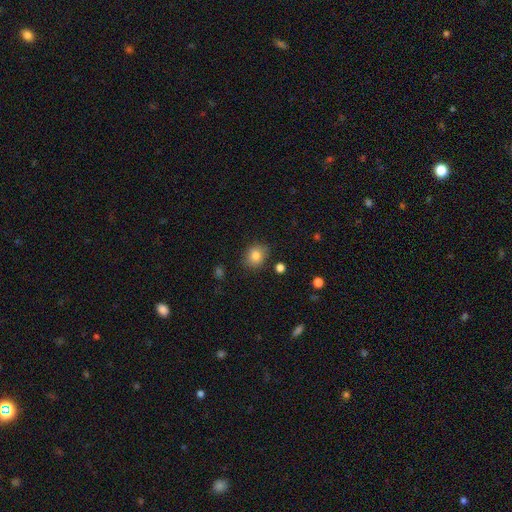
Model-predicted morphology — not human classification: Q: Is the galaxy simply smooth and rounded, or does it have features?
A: smooth — 82%.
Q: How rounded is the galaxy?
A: round — 58%.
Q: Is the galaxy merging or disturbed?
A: none — 83%.